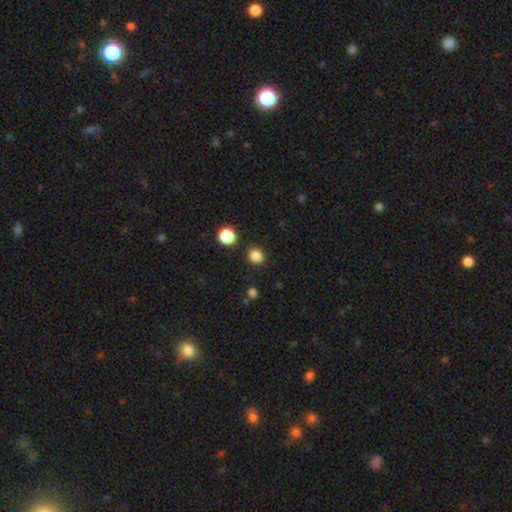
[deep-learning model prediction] A smooth galaxy with no disk features (85%) that is round (88%). Merging: none (90%).